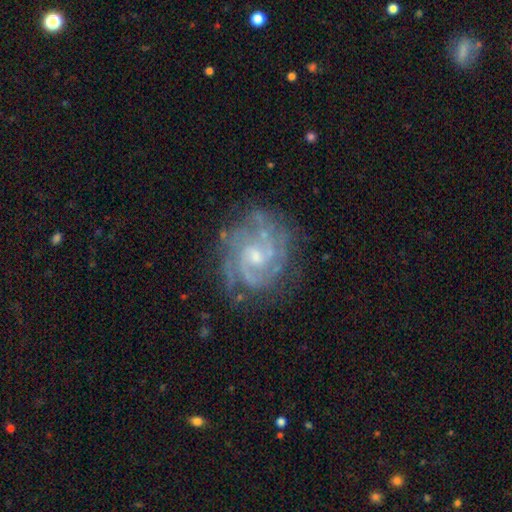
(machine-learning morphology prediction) featured or disk 89%, star or artifact 6%, smooth 5%. Down the decision tree: edge-on disk — no (98%); bar — no (50%); spiral arms — yes (97%); spiral arm count — 2 (38%); spiral winding — tight (61%); bulge size — small (56%); merging — none (74%).